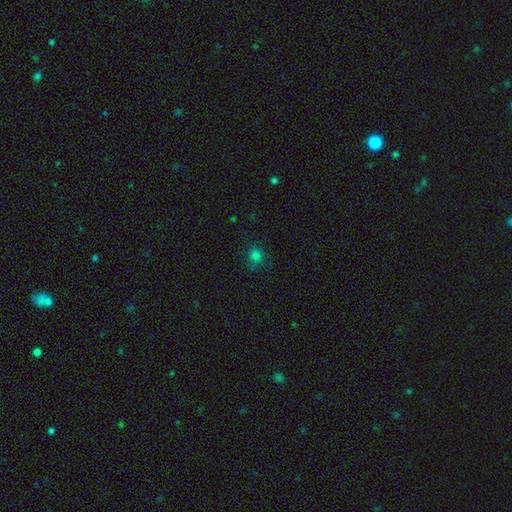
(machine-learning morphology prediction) Smooth or featured: smooth — 76% (star or artifact — 19%)
How rounded: round — 83% (in between — 16%)
Merging: none — 69% (minor disturbance — 20%)